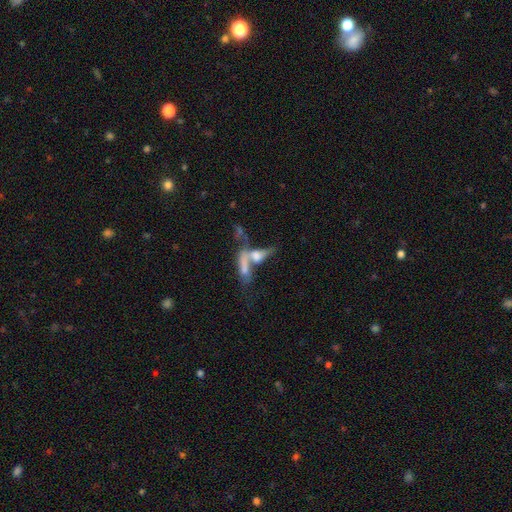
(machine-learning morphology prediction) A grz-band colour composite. It shows a smooth galaxy with no disk features (48%). Merging: merger (63%).